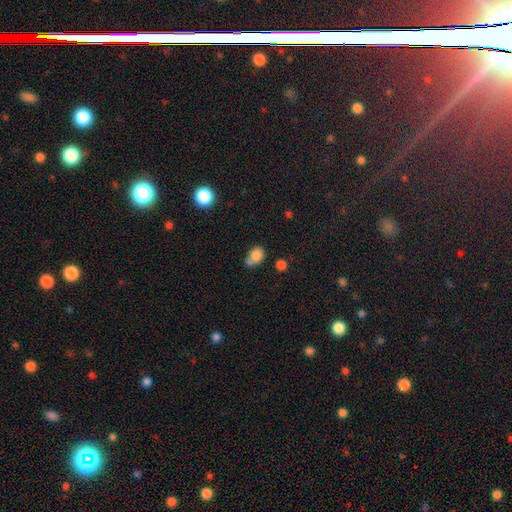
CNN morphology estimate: This appears to be a smooth galaxy with no disk features (81%) that is in between round and cigar-shaped (58%). Merging: none (39%).